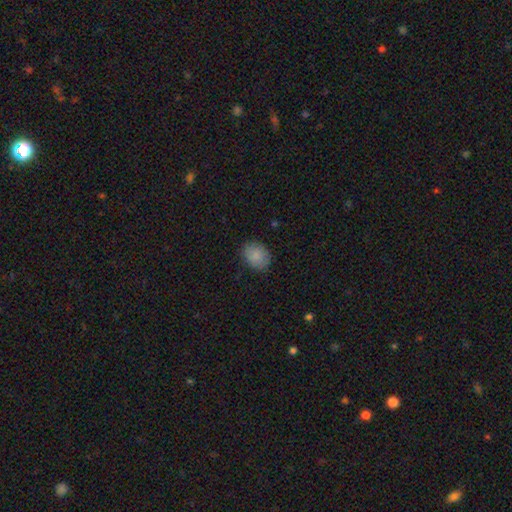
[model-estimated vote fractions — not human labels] A smooth galaxy with no disk features (86%) that is in between round and cigar-shaped (58%).

Vote fractions:
- Smooth or featured? smooth: 86% / star or artifact: 7% / featured or disk: 6%
- How rounded? in between: 58% / round: 41% / cigar-shaped: 1%
- Merging? none: 82% / minor disturbance: 14% / major disturbance: 3% / merger: 1%